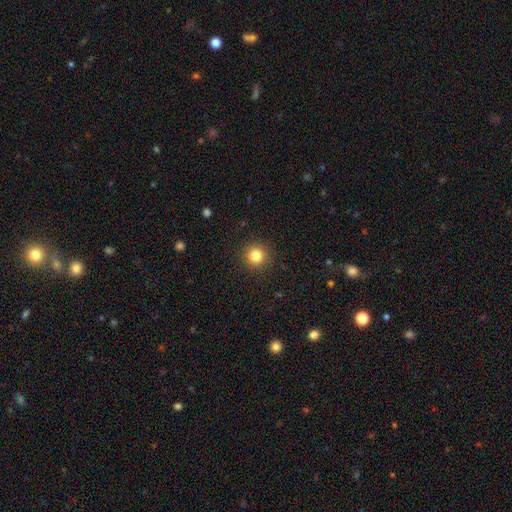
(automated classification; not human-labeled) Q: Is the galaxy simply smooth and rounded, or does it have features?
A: smooth — 83%.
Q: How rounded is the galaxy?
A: round — 94%.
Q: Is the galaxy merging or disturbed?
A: none — 91%.